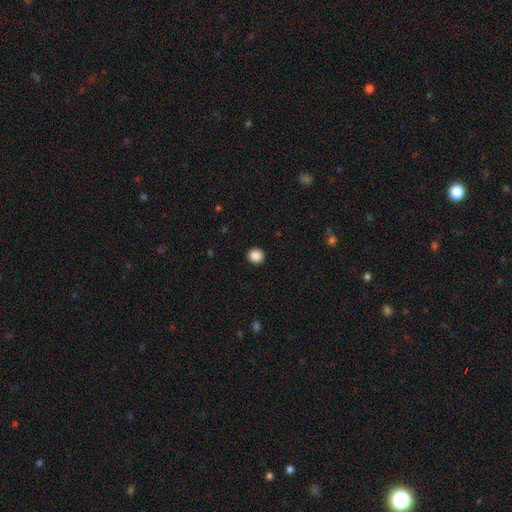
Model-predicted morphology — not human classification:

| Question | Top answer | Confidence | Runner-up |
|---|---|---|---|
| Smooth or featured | smooth | 88% | star or artifact (9%) |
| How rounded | round | 93% | in between (6%) |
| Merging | none | 93% | minor disturbance (5%) |